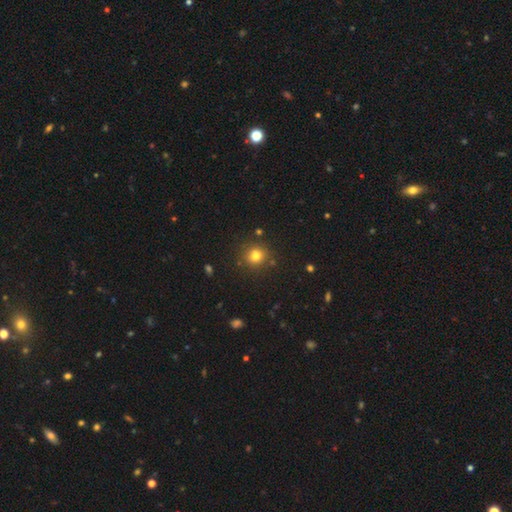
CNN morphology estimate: A smooth galaxy with no disk features (79%) that is round (87%).

Vote fractions:
- Smooth or featured? smooth: 79% / star or artifact: 14% / featured or disk: 7%
- How rounded? round: 87% / in between: 12% / cigar-shaped: 1%
- Merging? none: 85% / minor disturbance: 8% / merger: 3% / major disturbance: 3%